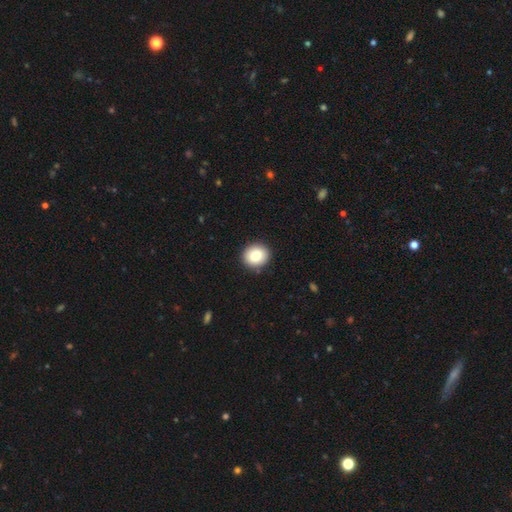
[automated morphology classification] Smooth or featured? smooth (80%)
How rounded? round (81%)
Merging? none (92%)